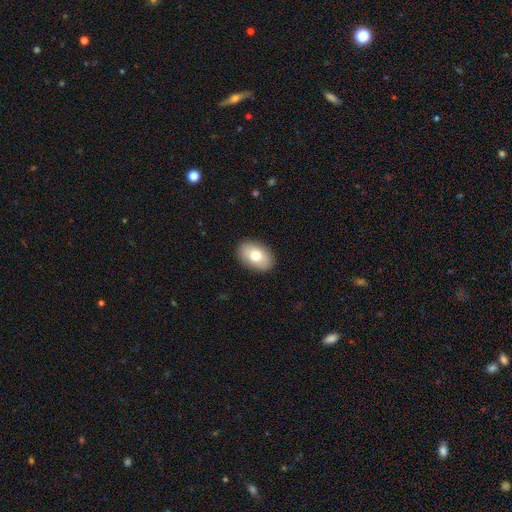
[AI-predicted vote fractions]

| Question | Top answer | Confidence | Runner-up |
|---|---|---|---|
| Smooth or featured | smooth | 76% | featured or disk (16%) |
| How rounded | in between | 86% | round (13%) |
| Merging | none | 90% | minor disturbance (7%) |